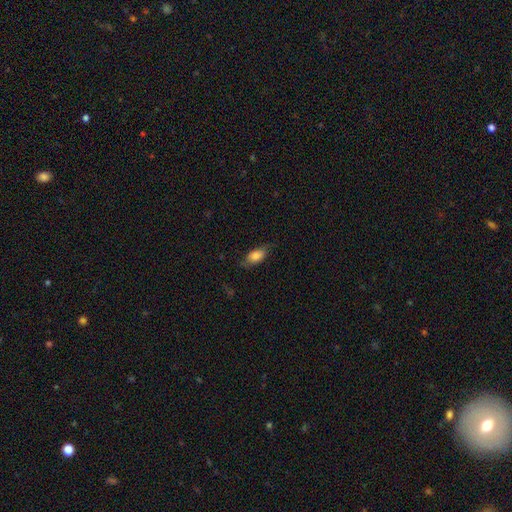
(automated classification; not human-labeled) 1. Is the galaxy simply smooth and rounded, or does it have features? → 79% smooth, 14% featured or disk, 8% star or artifact.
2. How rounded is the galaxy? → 86% in between, 9% cigar-shaped, 5% round.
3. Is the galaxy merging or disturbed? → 70% none, 22% minor disturbance, 7% major disturbance, 1% merger.